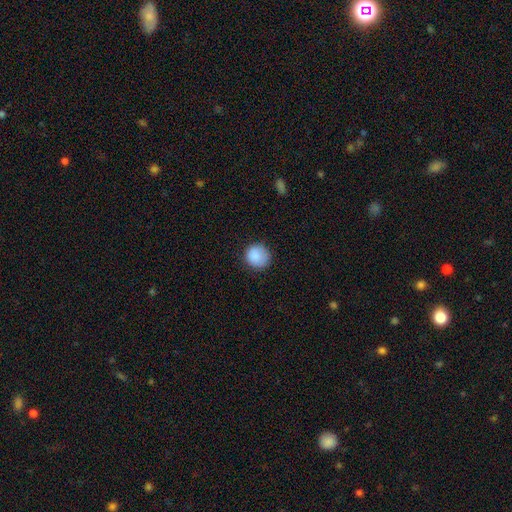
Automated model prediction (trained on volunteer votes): A smooth galaxy with no disk features (89%) that is round (92%). Merging: none (83%).